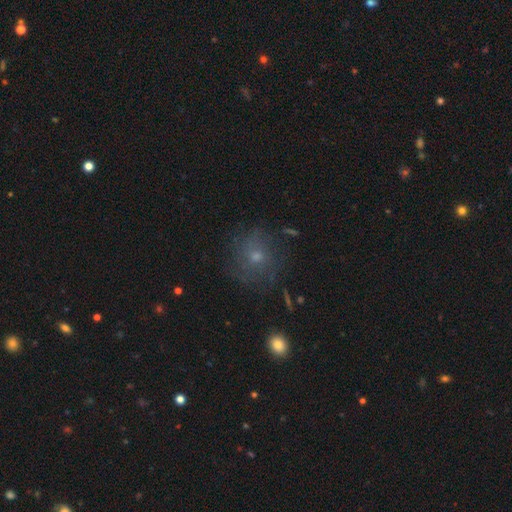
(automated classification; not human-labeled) Q: Smooth or featured?
A: smooth (45%); runner-up: featured or disk (35%)
Q: Merging?
A: none (71%); runner-up: minor disturbance (17%)